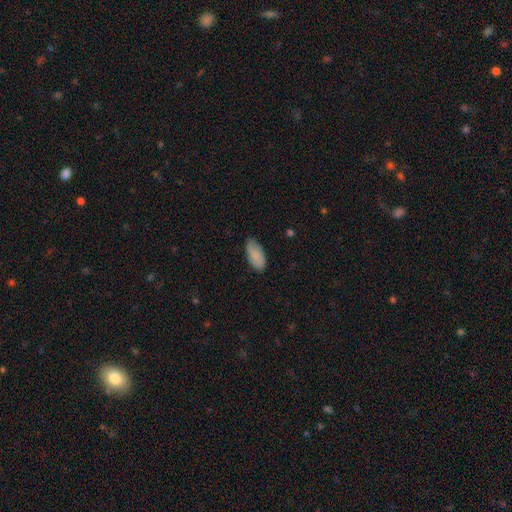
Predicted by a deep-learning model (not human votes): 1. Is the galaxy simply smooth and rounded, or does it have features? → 84% smooth, 10% featured or disk, 6% star or artifact.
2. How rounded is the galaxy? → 92% in between, 6% cigar-shaped, 2% round.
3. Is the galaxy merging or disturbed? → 78% none, 18% minor disturbance, 3% major disturbance, 1% merger.